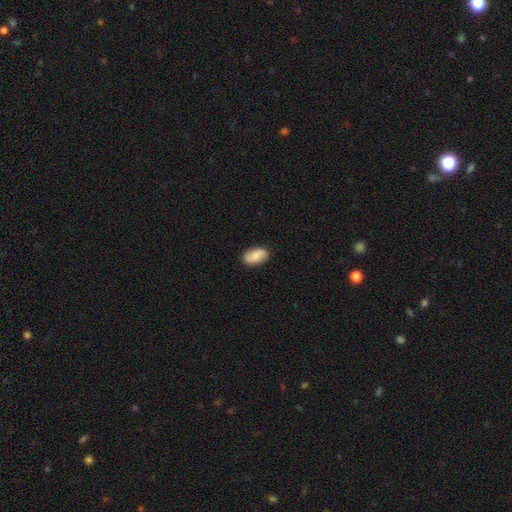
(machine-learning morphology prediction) Smooth or featured: smooth — 70% (featured or disk — 23%)
How rounded: in between — 93% (round — 5%)
Merging: none — 85% (minor disturbance — 12%)